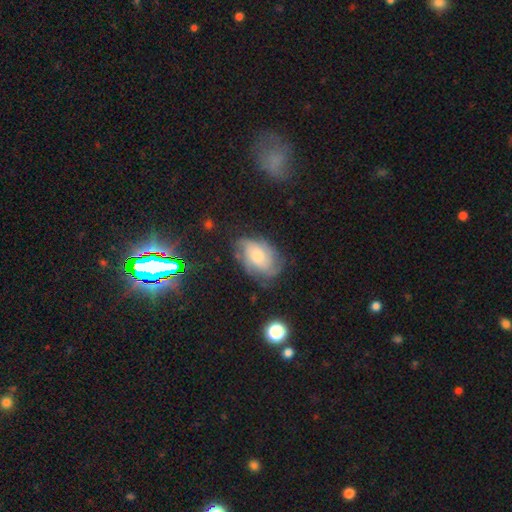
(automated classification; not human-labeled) Q: Smooth or featured?
A: featured or disk (67%); runner-up: smooth (21%)
Q: Edge-on disk?
A: no (96%); runner-up: yes (4%)
Q: Bar?
A: no (71%); runner-up: weak (25%)
Q: Spiral arms?
A: yes (91%); runner-up: no (9%)
Q: Spiral winding?
A: tight (51%); runner-up: medium (36%)
Q: Spiral arm count?
A: can't tell (39%); runner-up: 3 (24%)
Q: Bulge size?
A: moderate (55%); runner-up: small (28%)
Q: Merging?
A: none (69%); runner-up: minor disturbance (21%)